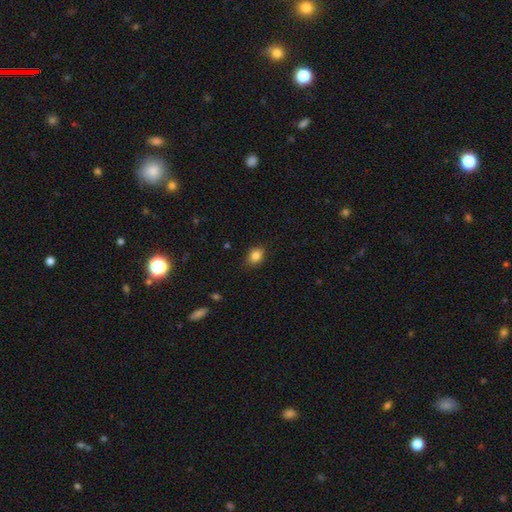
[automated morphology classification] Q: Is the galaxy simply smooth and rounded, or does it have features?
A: smooth — 85%.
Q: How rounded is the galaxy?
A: in between — 60%.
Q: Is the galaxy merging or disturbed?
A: none — 85%.